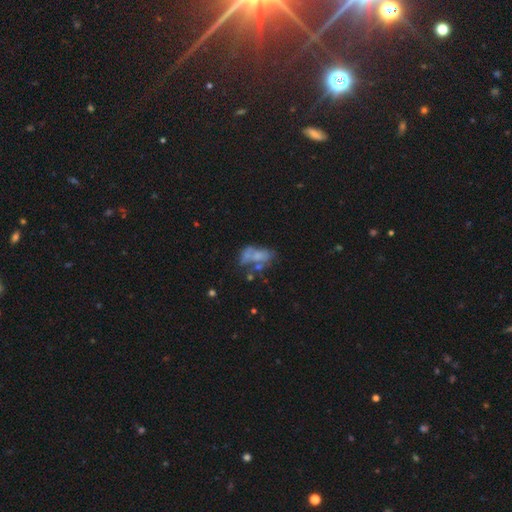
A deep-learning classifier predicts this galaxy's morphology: A featured or disk galaxy (47%).

Vote fractions:
- Smooth or featured? featured or disk: 47% / smooth: 37% / star or artifact: 15%
- Merging? merger: 30% / none: 27% / major disturbance: 25% / minor disturbance: 19%